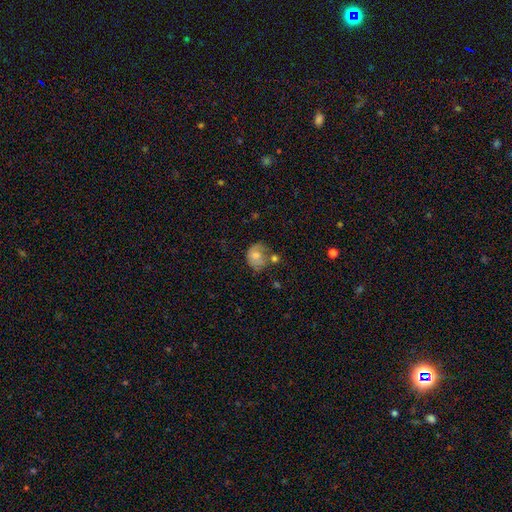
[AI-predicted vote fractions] Q: Smooth or featured?
A: smooth (58%); runner-up: featured or disk (33%)
Q: How rounded?
A: round (62%); runner-up: in between (37%)
Q: Merging?
A: none (44%); runner-up: minor disturbance (26%)